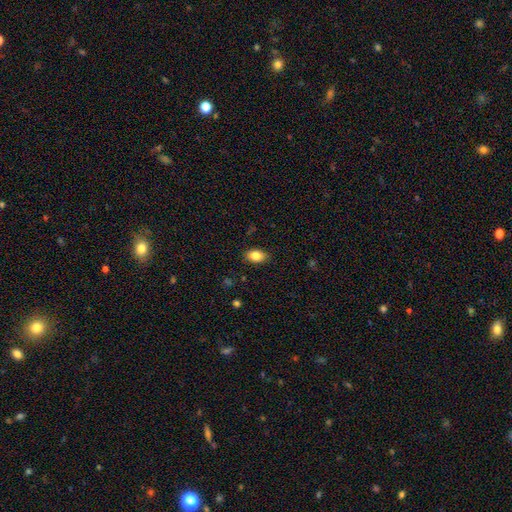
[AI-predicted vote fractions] Smooth or featured? Predicted: smooth (p=0.83). How rounded? Predicted: in between (p=0.86). Merging? Predicted: none (p=0.87).